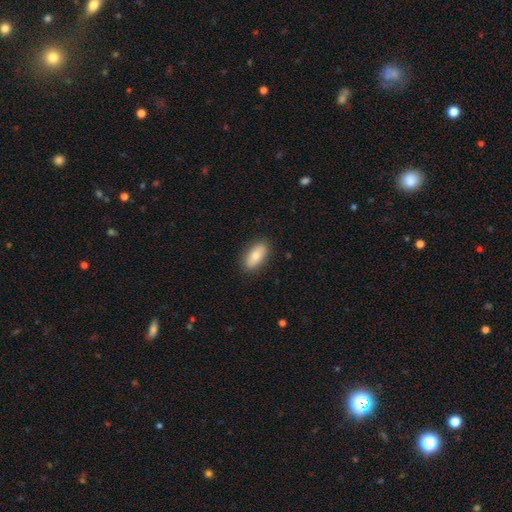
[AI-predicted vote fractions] Smooth or featured?
  - smooth: 76% *
  - featured or disk: 17%
  - star or artifact: 6%
How rounded?
  - in between: 89% *
  - cigar-shaped: 7%
  - round: 3%
Merging?
  - none: 87% *
  - minor disturbance: 10%
  - major disturbance: 2%
  - merger: 1%